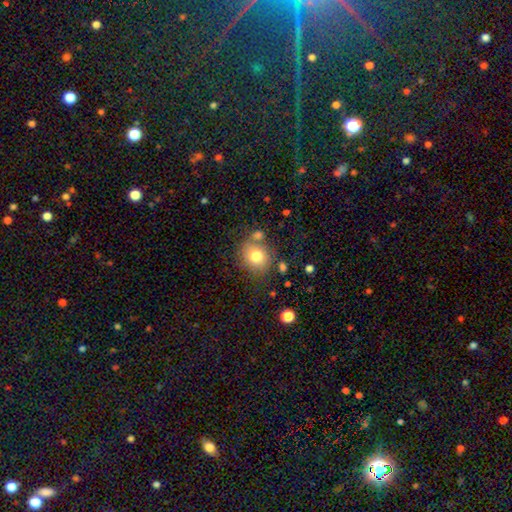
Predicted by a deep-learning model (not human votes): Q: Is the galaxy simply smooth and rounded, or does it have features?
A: smooth — 77%.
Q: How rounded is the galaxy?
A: round — 79%.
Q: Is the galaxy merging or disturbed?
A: none — 70%.